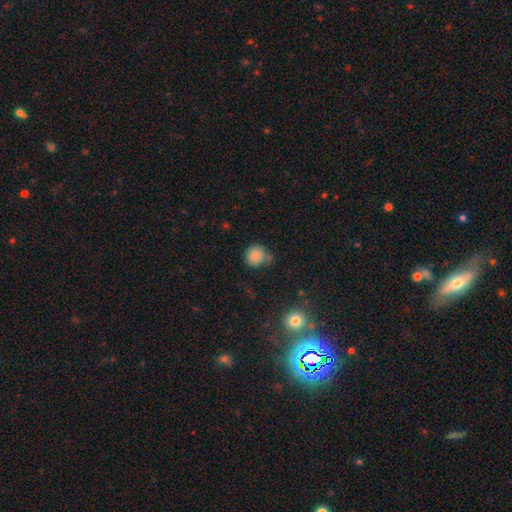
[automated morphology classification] type=smooth (85%); roundness=round (88%); merging=none (66%).